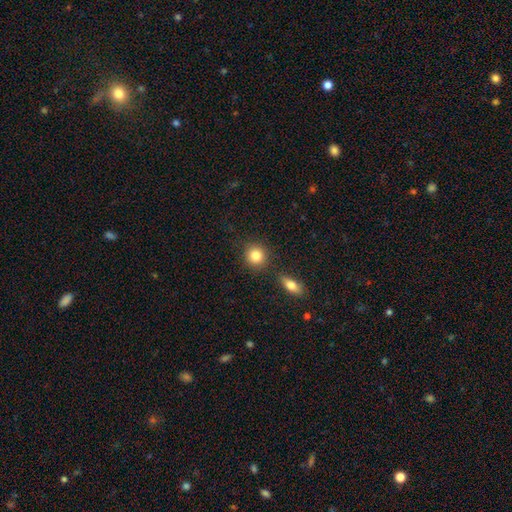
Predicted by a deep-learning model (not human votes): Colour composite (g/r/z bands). It shows a smooth galaxy with no disk features (85%) that is round (87%). Merging: none (82%).